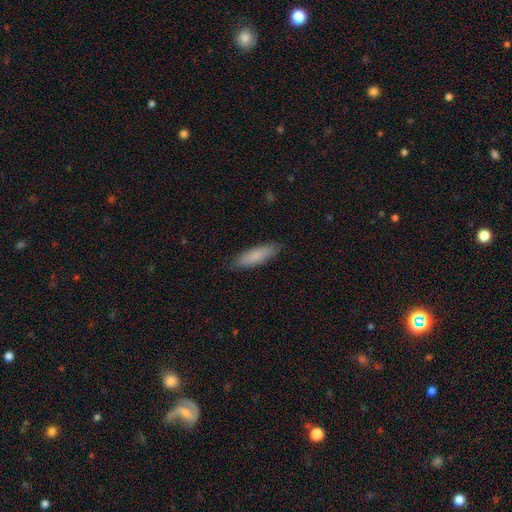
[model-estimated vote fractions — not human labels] smooth-or-featured: smooth: 82% | featured or disk: 12% | star or artifact: 6%
  how-rounded: cigar-shaped: 62% | in between: 36% | round: 1%
  merging: none: 86% | minor disturbance: 11% | major disturbance: 2% | merger: 1%